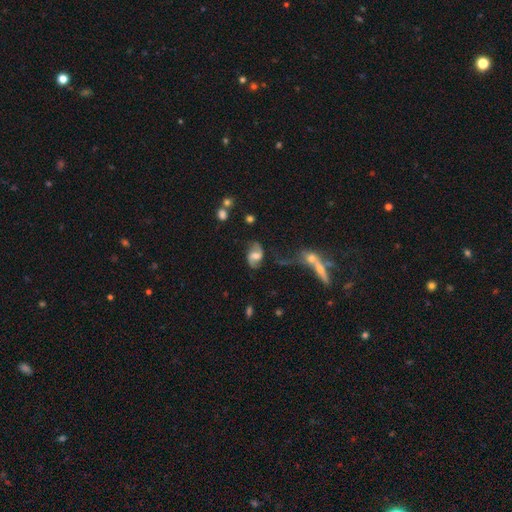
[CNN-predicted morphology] Smooth or featured? Predicted: featured or disk (p=0.76). Edge-on disk? Predicted: no (p=0.96). Bar? Predicted: weak (p=0.45). Spiral arms? Predicted: yes (p=0.92). Spiral winding? Predicted: loose (p=0.53). Spiral arm count? Predicted: 2 (p=0.91). Bulge size? Predicted: moderate (p=0.62). Merging? Predicted: none (p=0.68).